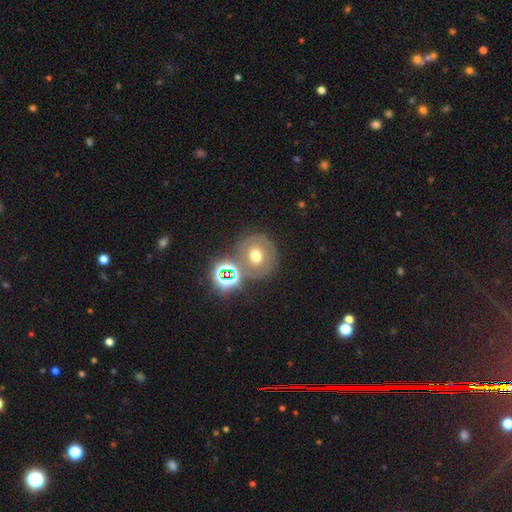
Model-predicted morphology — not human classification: Smooth or featured? smooth (46%)
Merging? none (67%)